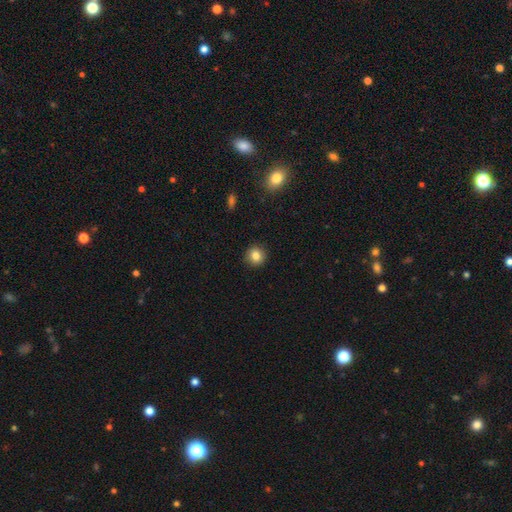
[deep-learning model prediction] Overall: smooth (83%). How rounded: round (93%). Merging: none (91%).